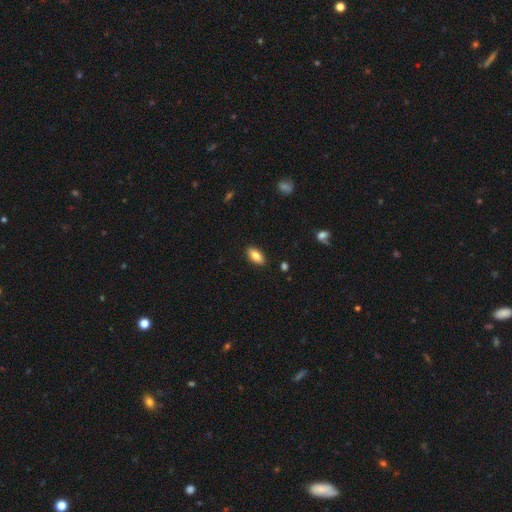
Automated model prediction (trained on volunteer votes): Morphology: type=smooth (84%); roundness=in between (87%); merging=none (89%).